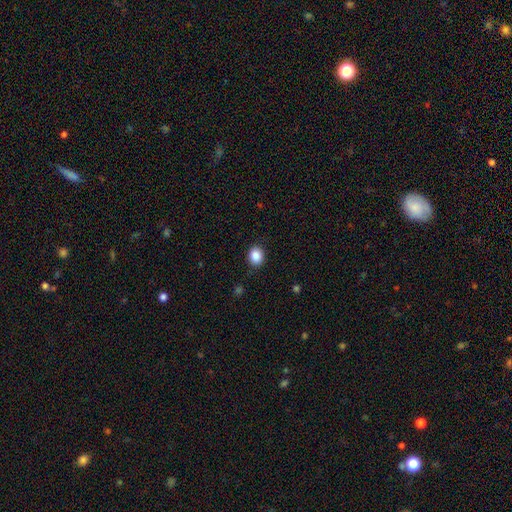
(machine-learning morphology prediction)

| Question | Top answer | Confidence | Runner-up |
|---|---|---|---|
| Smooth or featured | smooth | 88% | star or artifact (9%) |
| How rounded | round | 62% | in between (37%) |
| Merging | none | 87% | minor disturbance (9%) |